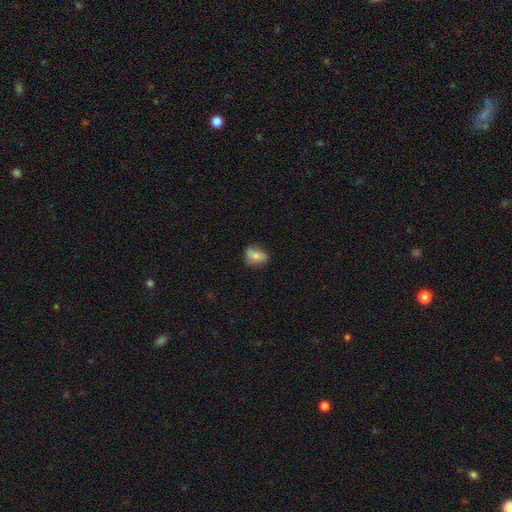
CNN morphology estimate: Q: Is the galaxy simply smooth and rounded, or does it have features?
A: smooth — 70%.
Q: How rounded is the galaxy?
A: in between — 73%.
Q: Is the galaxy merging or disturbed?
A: none — 66%.